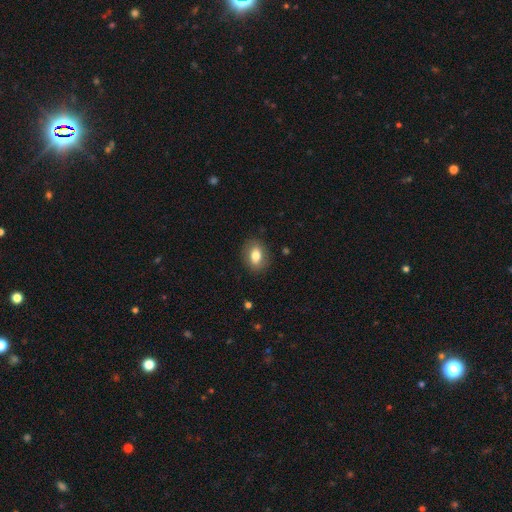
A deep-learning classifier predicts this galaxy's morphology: smooth-or-featured: smooth: 79% | featured or disk: 13% | star or artifact: 8%
  how-rounded: in between: 73% | round: 25% | cigar-shaped: 2%
  merging: none: 86% | minor disturbance: 10% | major disturbance: 3% | merger: 1%